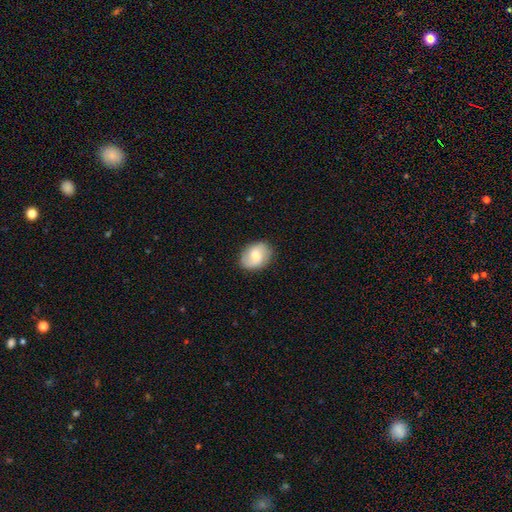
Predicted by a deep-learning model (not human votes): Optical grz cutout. It shows a smooth galaxy with no disk features (55%) that is in between round and cigar-shaped (62%). Merging: none (84%).